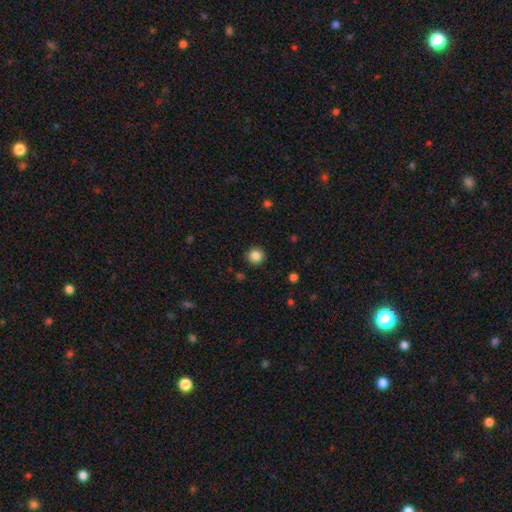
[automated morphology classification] This appears to be a smooth galaxy with no disk features (85%) that is round (94%). Merging: none (91%).